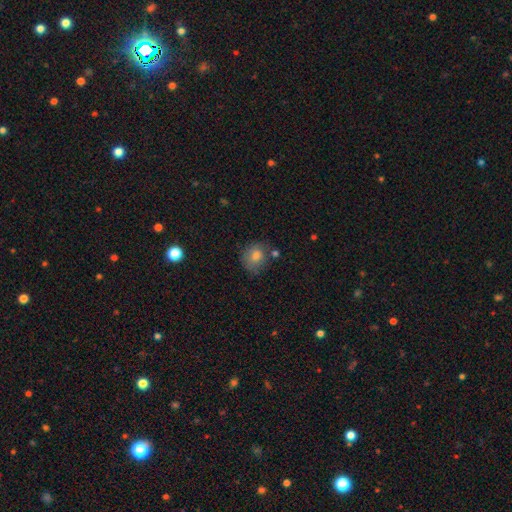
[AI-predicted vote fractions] Overall: smooth (78%). How rounded: round (76%). Merging: none (70%).